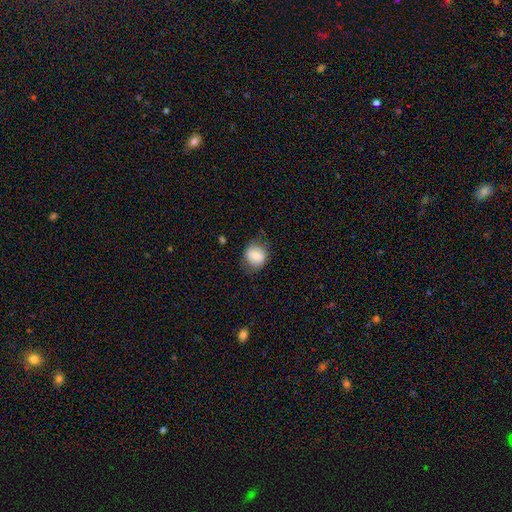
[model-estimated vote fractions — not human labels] A smooth galaxy with no disk features (73%) that is round (77%). Merging: none (73%).